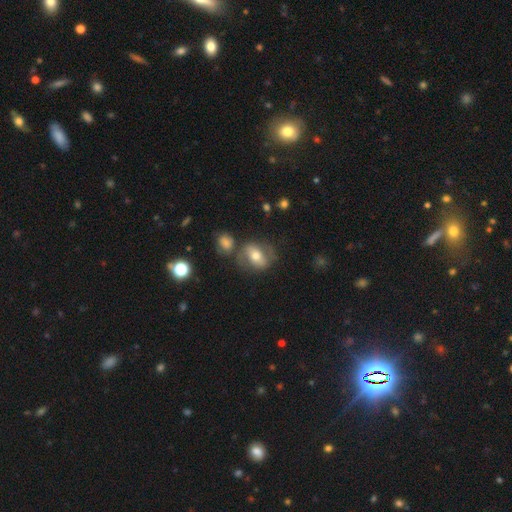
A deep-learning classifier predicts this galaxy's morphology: This appears to be a smooth galaxy with no disk features (47%). Merging: none (58%).